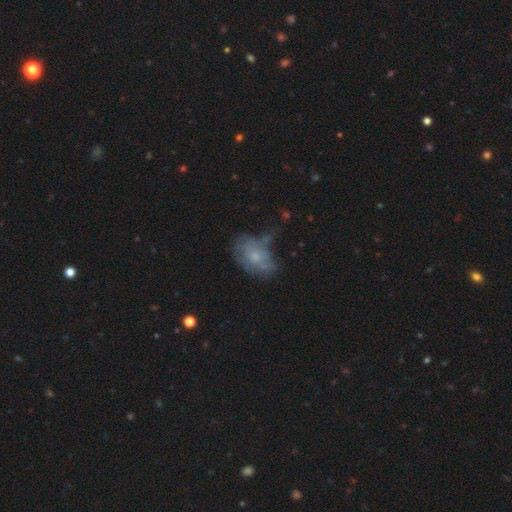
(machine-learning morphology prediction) Q: Smooth or featured?
A: smooth (48%); runner-up: featured or disk (42%)
Q: Merging?
A: none (39%); runner-up: minor disturbance (30%)